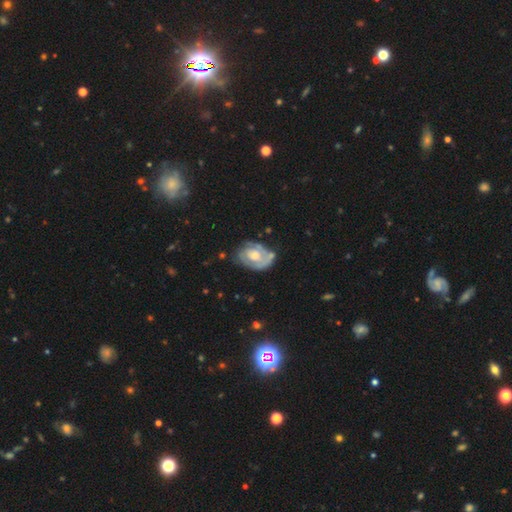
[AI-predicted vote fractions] Smooth or featured: featured or disk — 71% (smooth — 24%)
Edge-on disk: no — 97% (yes — 3%)
Bar: no — 78% (weak — 19%)
Spiral arms: yes — 75% (no — 25%)
Spiral winding: tight — 67% (medium — 24%)
Spiral arm count: 1 — 34% (can't tell — 31%)
Bulge size: moderate — 56% (small — 19%)
Merging: none — 56% (minor disturbance — 27%)